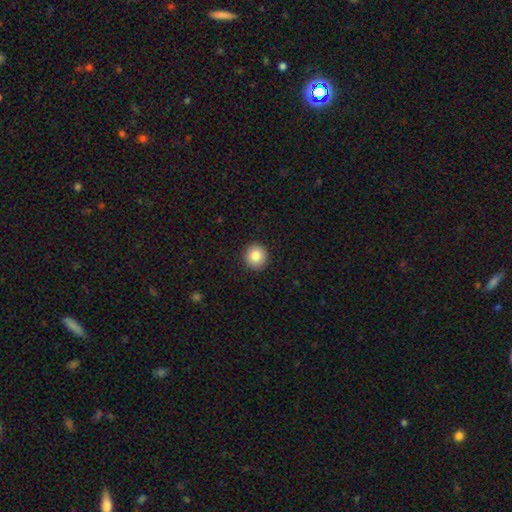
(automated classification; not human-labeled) The model was most divided on "smooth or featured": smooth: 84%, star or artifact: 9%, featured or disk: 7%. More confident: how rounded — round (94%); merging — none (93%).